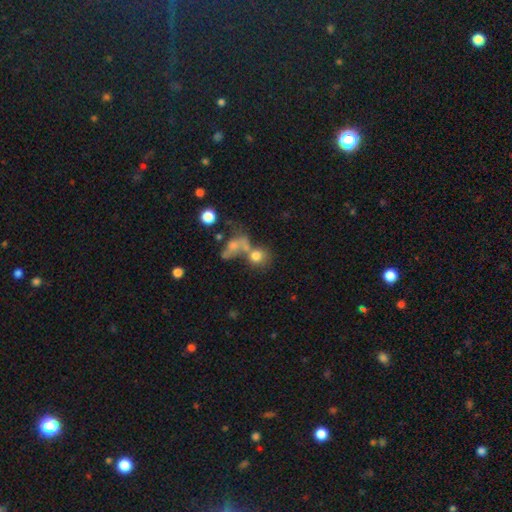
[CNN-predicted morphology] Q: Smooth or featured?
A: smooth (72%); runner-up: featured or disk (15%)
Q: How rounded?
A: round (74%); runner-up: in between (24%)
Q: Merging?
A: merger (44%); runner-up: none (35%)